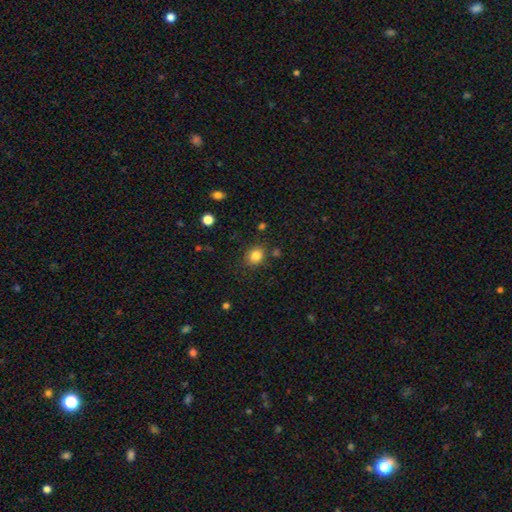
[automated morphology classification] Smooth or featured?
  - smooth: 83% *
  - star or artifact: 11%
  - featured or disk: 6%
How rounded?
  - round: 67% *
  - in between: 32%
  - cigar-shaped: 1%
Merging?
  - none: 82% *
  - minor disturbance: 11%
  - merger: 3%
  - major disturbance: 3%